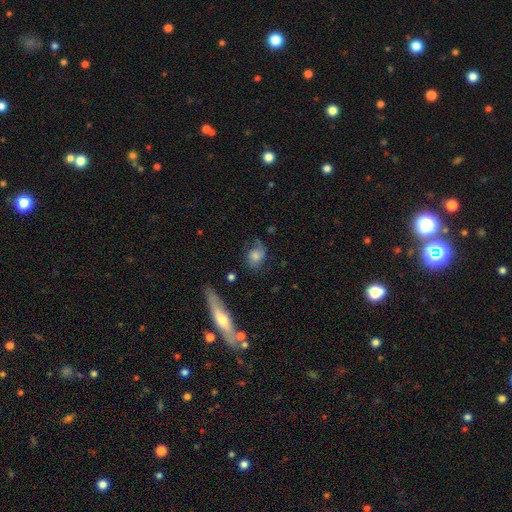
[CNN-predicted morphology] Overall: smooth (63%; featured or disk 27%). How rounded: in between (58%; round 39%). Merging: none (50%; minor disturbance 29%).